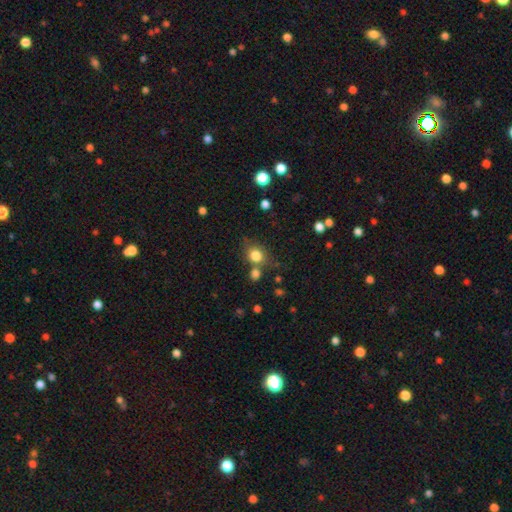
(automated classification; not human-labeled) Smooth or featured? Predicted: smooth (p=0.81). How rounded? Predicted: round (p=0.70). Merging? Predicted: none (p=0.60).